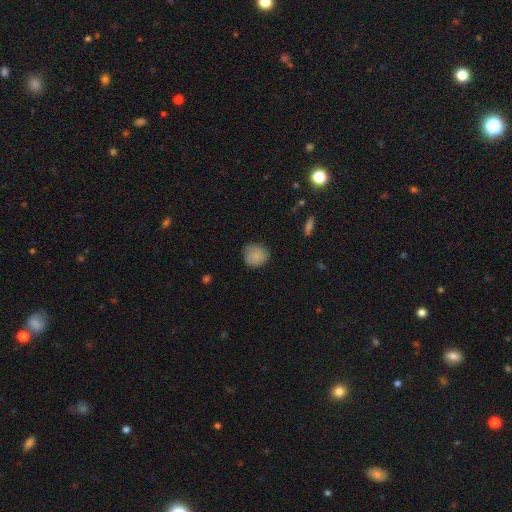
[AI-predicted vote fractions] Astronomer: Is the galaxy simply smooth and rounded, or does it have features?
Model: smooth — 85%.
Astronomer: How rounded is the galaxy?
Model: round — 85%.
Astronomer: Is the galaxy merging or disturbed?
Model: none — 79%.